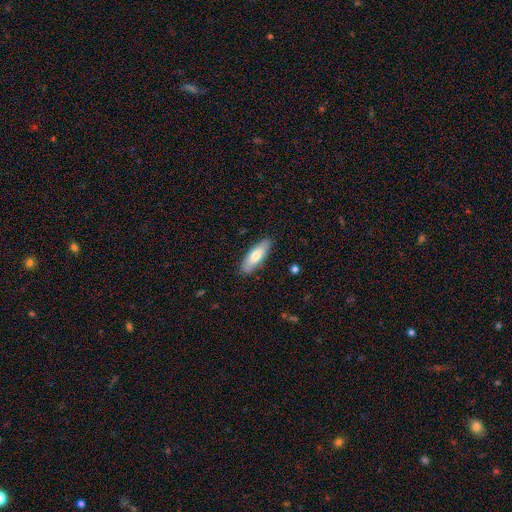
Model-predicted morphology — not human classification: smooth 74%, featured or disk 20%, star or artifact 6%. Down the decision tree: how rounded — in between (59%); merging — none (87%).